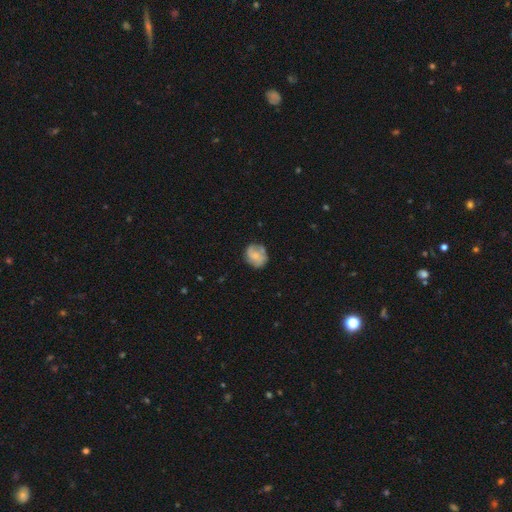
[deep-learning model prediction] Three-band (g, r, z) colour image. It shows a smooth galaxy with no disk features (52%) that is round (66%). Merging: none (67%).